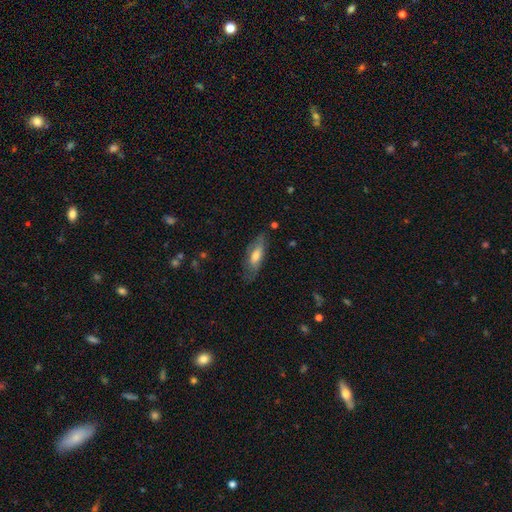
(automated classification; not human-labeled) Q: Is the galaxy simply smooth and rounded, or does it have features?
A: smooth — 53%.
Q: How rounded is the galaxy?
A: in between — 64%.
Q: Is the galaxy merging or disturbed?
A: none — 67%.